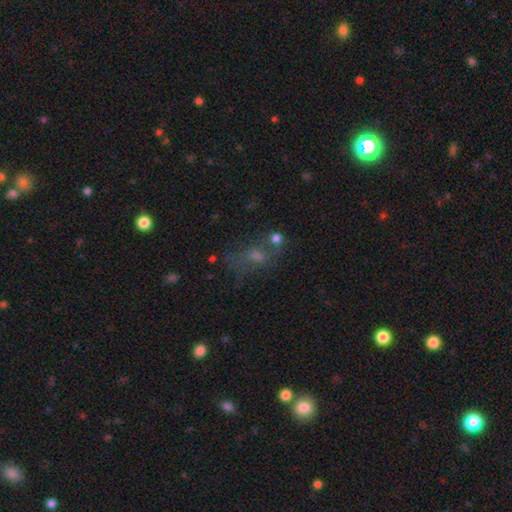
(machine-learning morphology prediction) This appears to be a smooth galaxy with no disk features (44%). Merging: none (46%).